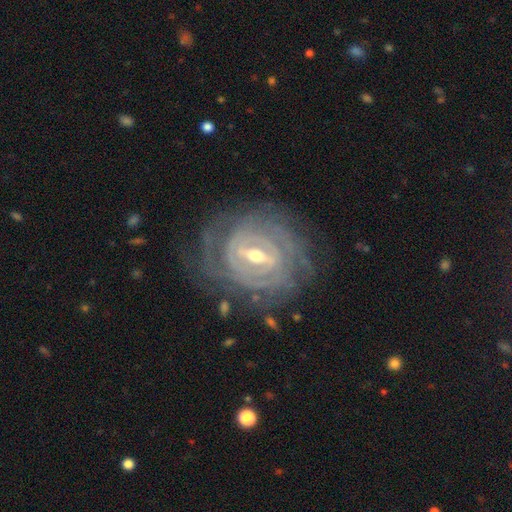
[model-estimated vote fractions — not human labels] Smooth or featured? featured or disk (89%)
Edge-on disk? no (94%)
Bar? strong (57%)
Spiral arms? yes (93%)
Spiral winding? tight (82%)
Spiral arm count? can't tell (39%)
Bulge size? moderate (57%)
Merging? none (76%)